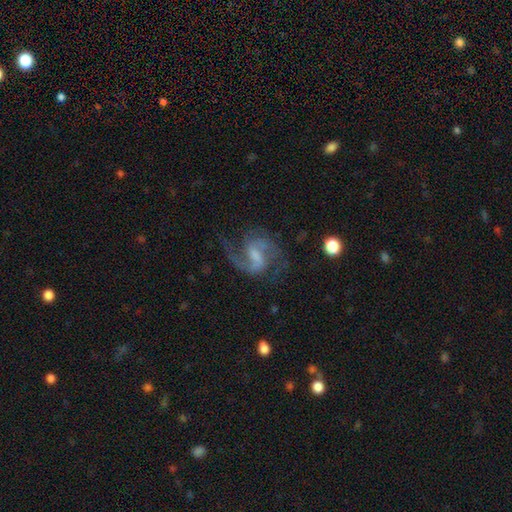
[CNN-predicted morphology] Overall: featured or disk (88%). Edge-on disk: no (98%). Bar: weak (56%; strong 25%). Spiral arms: yes (97%). Spiral arm count: 2 (87%). Spiral winding: medium (56%; loose 31%). Bulge size: small (36%; moderate 32%). Merging: none (69%).